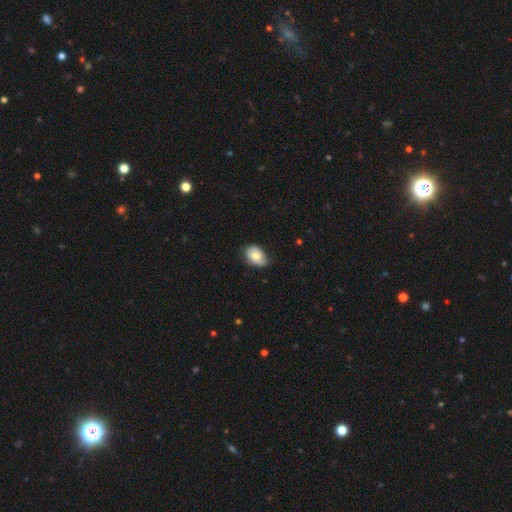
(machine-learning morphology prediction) Smooth or featured? smooth (73%)
How rounded? in between (83%)
Merging? none (66%)